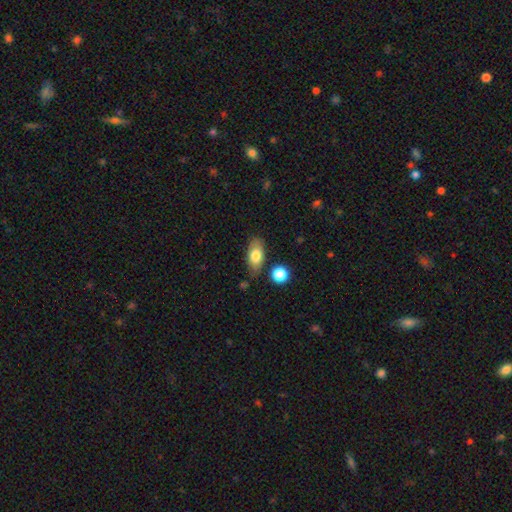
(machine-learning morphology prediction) Smooth or featured: smooth — 77% (featured or disk — 16%)
How rounded: in between — 87% (cigar-shaped — 6%)
Merging: none — 75% (minor disturbance — 16%)